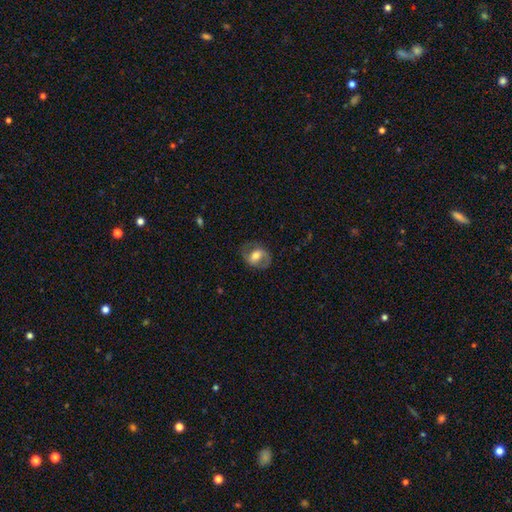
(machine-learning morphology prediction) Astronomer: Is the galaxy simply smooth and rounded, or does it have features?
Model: featured or disk — 48% (runner-up: smooth, 45%).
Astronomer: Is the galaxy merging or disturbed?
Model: none — 70%.